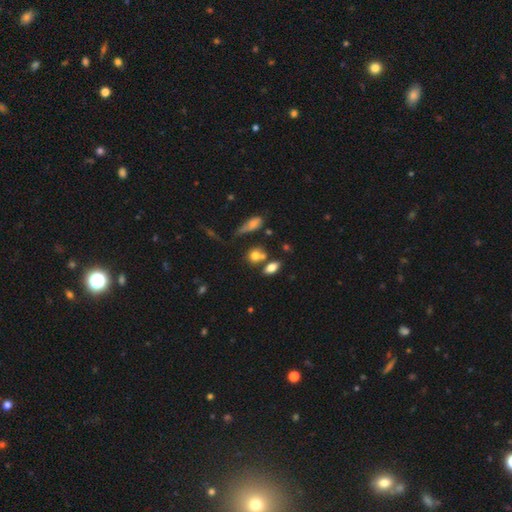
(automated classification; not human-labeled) Smooth or featured: smooth — 75% (featured or disk — 13%)
How rounded: in between — 55% (round — 40%)
Merging: none — 53% (merger — 28%)